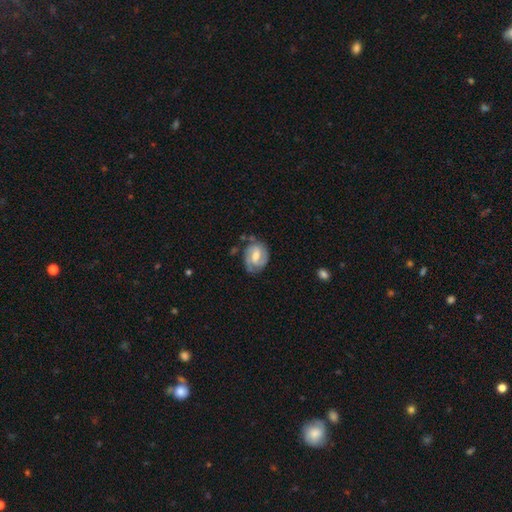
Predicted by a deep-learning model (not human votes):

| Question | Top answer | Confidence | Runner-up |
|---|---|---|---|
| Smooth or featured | featured or disk | 76% | smooth (18%) |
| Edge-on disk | no | 98% | yes (2%) |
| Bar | weak | 55% | no (23%) |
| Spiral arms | yes | 93% | no (7%) |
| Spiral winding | tight | 48% | medium (41%) |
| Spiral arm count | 2 | 71% | can't tell (12%) |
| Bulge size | moderate | 57% | small (26%) |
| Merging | none | 68% | minor disturbance (22%) |